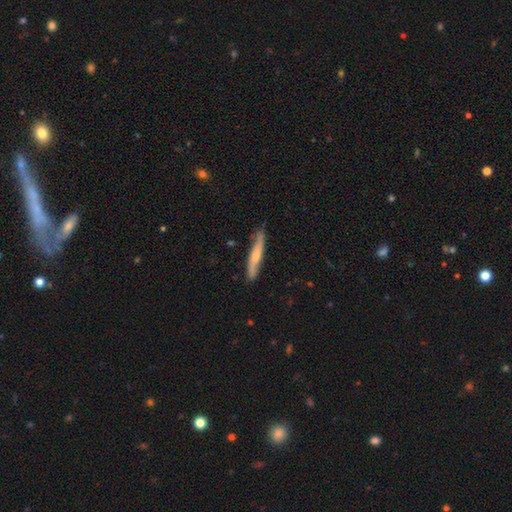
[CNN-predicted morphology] Smooth or featured?
  - smooth: 48% *
  - featured or disk: 47%
  - star or artifact: 5%
Merging?
  - none: 78% *
  - minor disturbance: 18%
  - major disturbance: 3%
  - merger: 2%